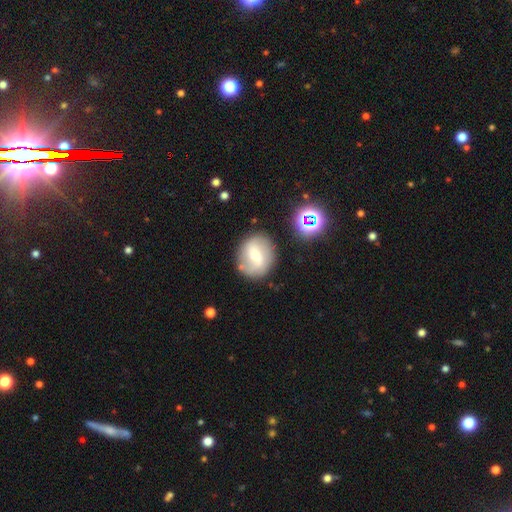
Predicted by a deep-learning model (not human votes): Smooth or featured: featured or disk — 49% (smooth — 41%)
Merging: none — 79% (minor disturbance — 12%)